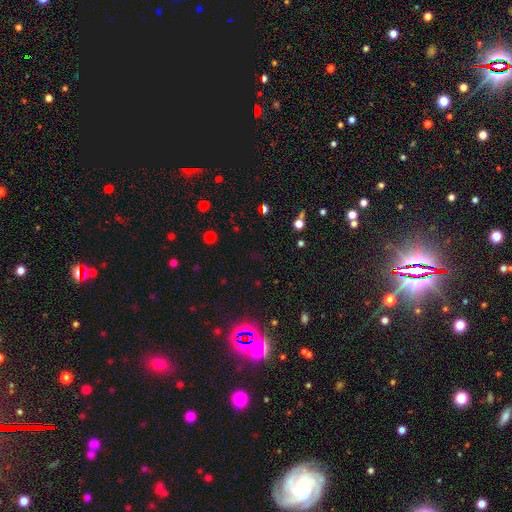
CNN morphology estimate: star or artifact 62%, smooth 29%, featured or disk 8%.